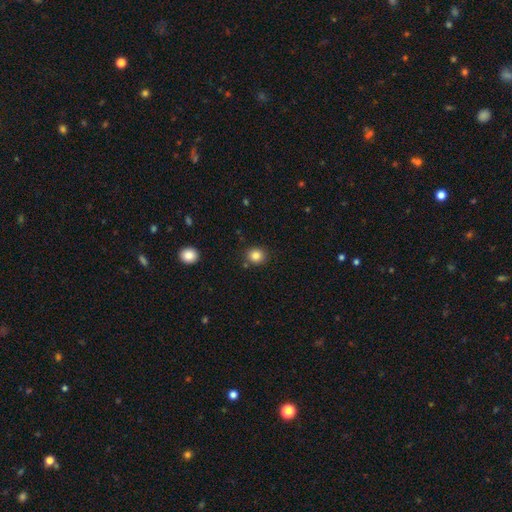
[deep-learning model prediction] The model was most divided on "how rounded": round: 82%, in between: 17%, cigar-shaped: 1%. More confident: merging — none (85%); smooth or featured — smooth (84%).